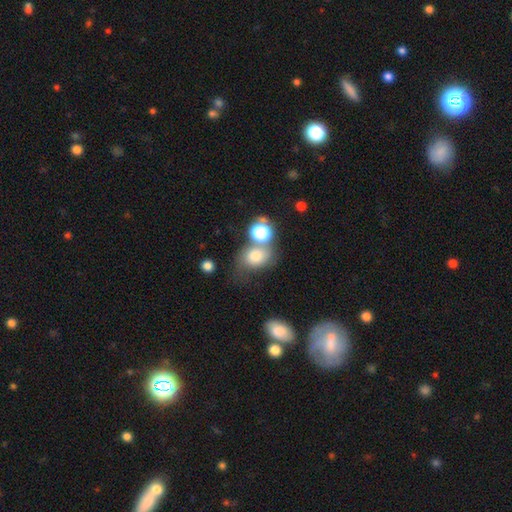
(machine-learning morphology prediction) smooth 73%, featured or disk 14%, star or artifact 13%. Down the decision tree: how rounded — in between (50%); merging — none (41%).